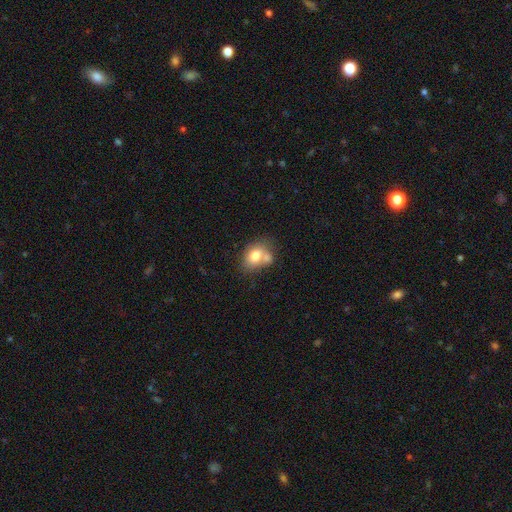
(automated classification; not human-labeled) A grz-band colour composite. It shows a smooth galaxy with no disk features (75%) that is in between round and cigar-shaped (64%). Merging: merger (41%).